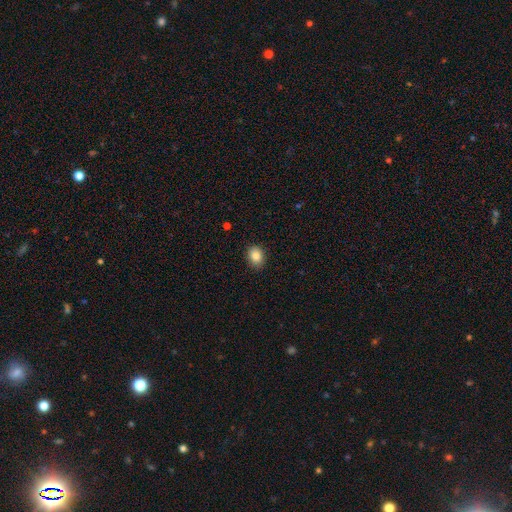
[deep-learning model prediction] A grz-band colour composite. It shows a smooth galaxy with no disk features (85%) that is in between round and cigar-shaped (55%). Merging: none (89%).